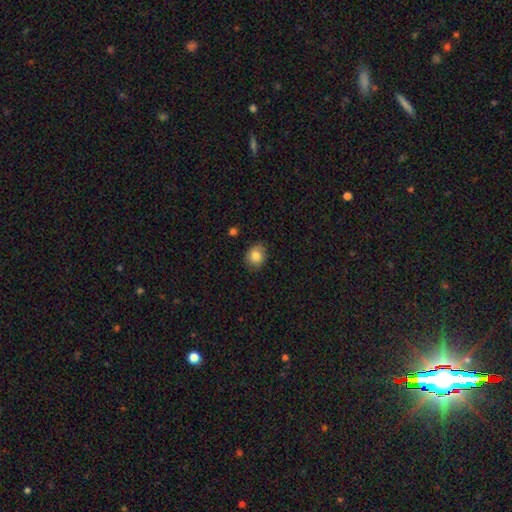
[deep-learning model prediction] smooth 82%, star or artifact 9%, featured or disk 9%. Down the decision tree: how rounded — round (59%); merging — none (83%).